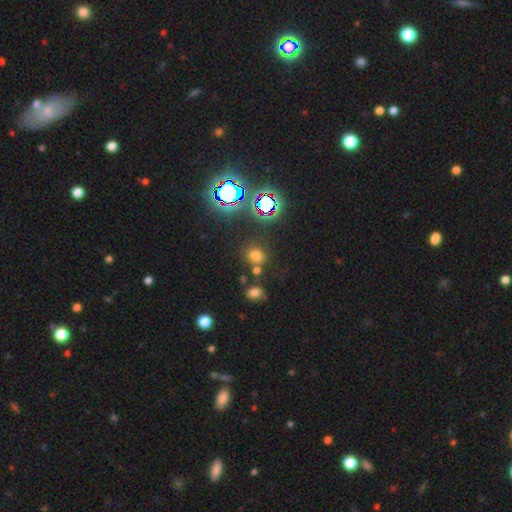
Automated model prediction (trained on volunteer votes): smooth 62%, star or artifact 31%, featured or disk 7%. Down the decision tree: how rounded — round (74%); merging — none (75%).